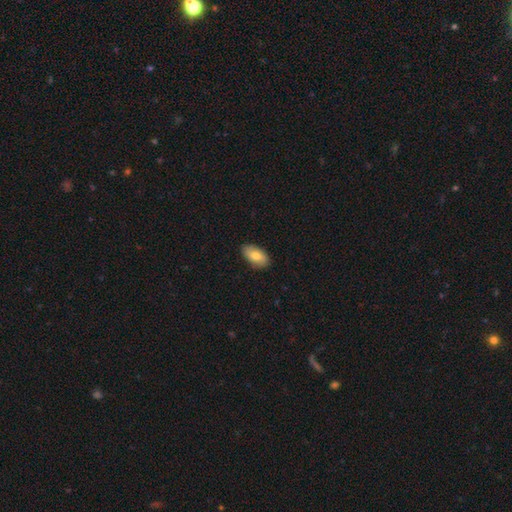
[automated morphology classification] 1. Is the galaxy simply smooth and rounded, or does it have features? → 77% smooth, 17% featured or disk, 6% star or artifact.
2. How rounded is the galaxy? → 94% in between, 4% round, 2% cigar-shaped.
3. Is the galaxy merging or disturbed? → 87% none, 10% minor disturbance, 2% major disturbance, 1% merger.